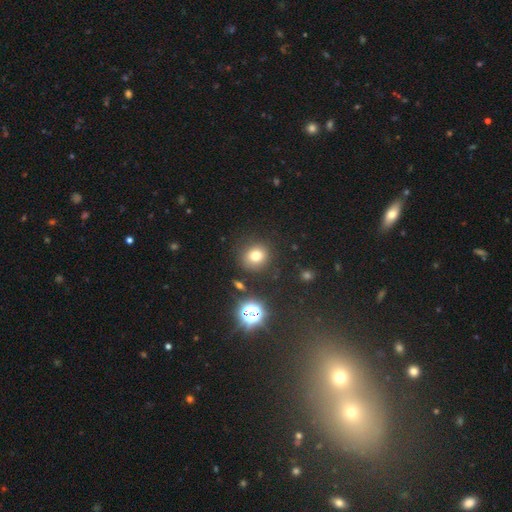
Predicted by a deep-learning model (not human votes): A smooth galaxy with no disk features (74%) that is round (82%).

Vote fractions:
- Smooth or featured? smooth: 74% / star or artifact: 18% / featured or disk: 8%
- How rounded? round: 82% / in between: 17% / cigar-shaped: 1%
- Merging? none: 85% / minor disturbance: 9% / major disturbance: 3% / merger: 3%